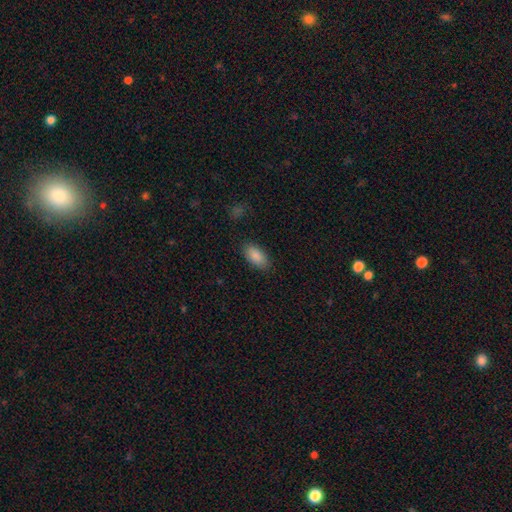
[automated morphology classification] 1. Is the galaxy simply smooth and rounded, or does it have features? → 89% smooth, 7% star or artifact, 4% featured or disk.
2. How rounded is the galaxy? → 93% in between, 4% cigar-shaped, 3% round.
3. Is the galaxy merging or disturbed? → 86% none, 10% minor disturbance, 3% major disturbance, 1% merger.